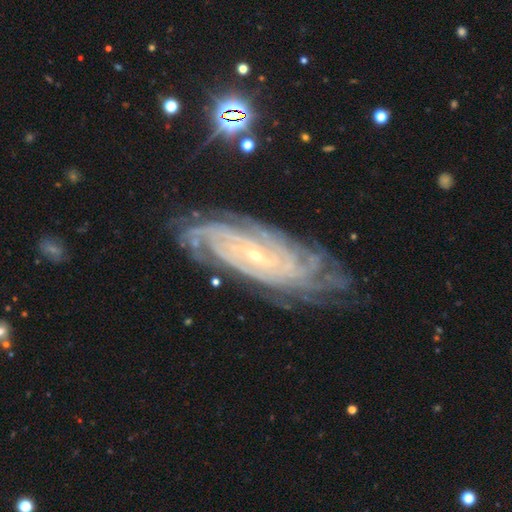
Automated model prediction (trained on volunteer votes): Smooth or featured? featured or disk (90%)
Edge-on disk? no (93%)
Bar? no (57%)
Spiral arms? yes (98%)
Spiral winding? tight (81%)
Spiral arm count? more than 4 (25%)
Bulge size? small (83%)
Merging? none (78%)